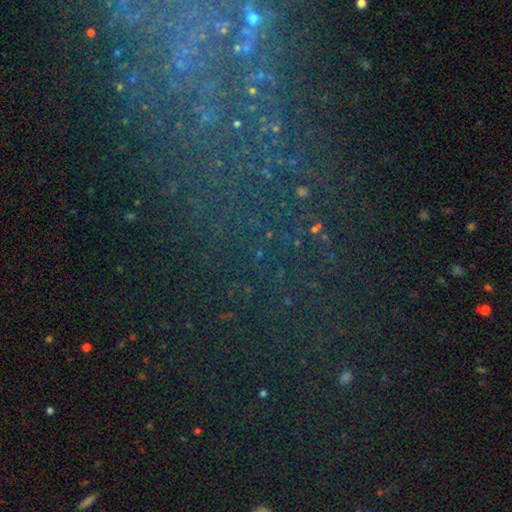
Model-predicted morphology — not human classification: type=star or artifact (75%).